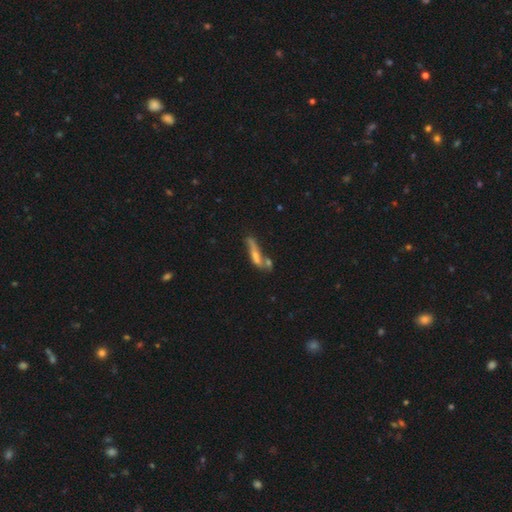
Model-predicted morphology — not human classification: type=featured or disk (47%); merging=none (38%).